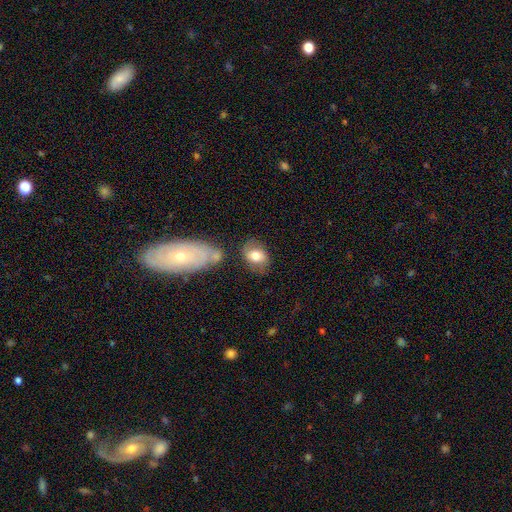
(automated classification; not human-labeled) Smooth or featured: smooth — 67% (featured or disk — 25%)
How rounded: in between — 71% (round — 28%)
Merging: none — 62% (minor disturbance — 19%)